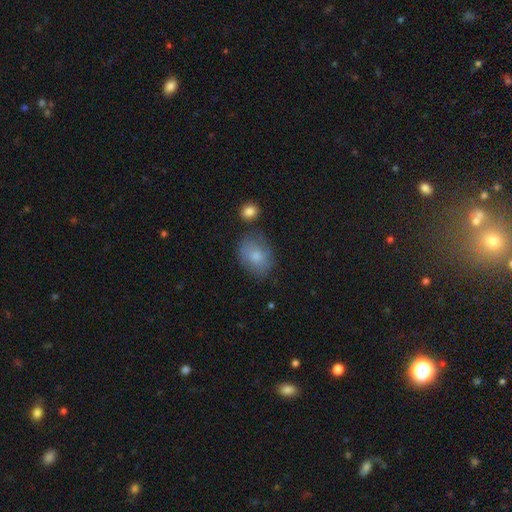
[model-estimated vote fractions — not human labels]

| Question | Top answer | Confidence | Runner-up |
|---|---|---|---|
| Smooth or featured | smooth | 75% | featured or disk (17%) |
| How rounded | in between | 68% | round (31%) |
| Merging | none | 67% | minor disturbance (21%) |